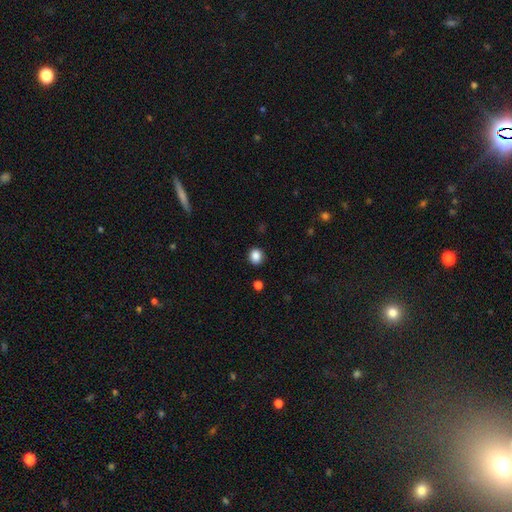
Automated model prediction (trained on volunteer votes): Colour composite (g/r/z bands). It shows a smooth galaxy with no disk features (87%) that is round (71%). Merging: none (89%).